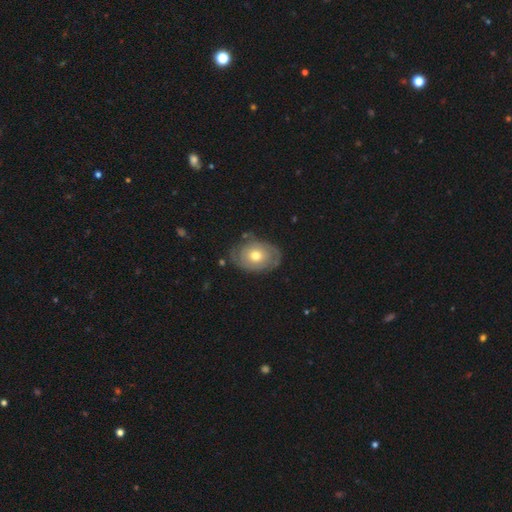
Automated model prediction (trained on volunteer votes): Smooth or featured? featured or disk (50%)
Edge-on disk? no (93%)
Merging? none (69%)